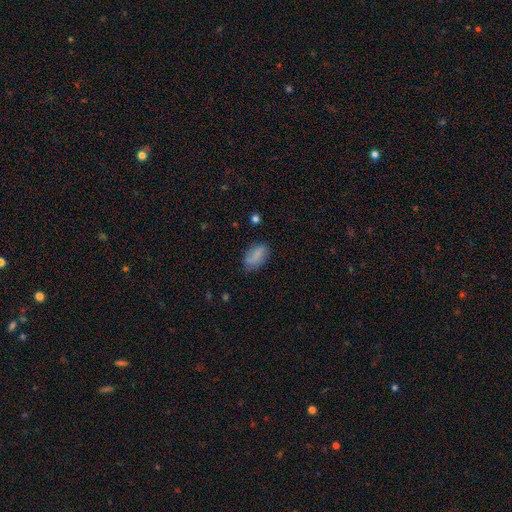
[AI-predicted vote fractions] Morphology: type=smooth (79%); roundness=in between (91%); merging=none (71%).